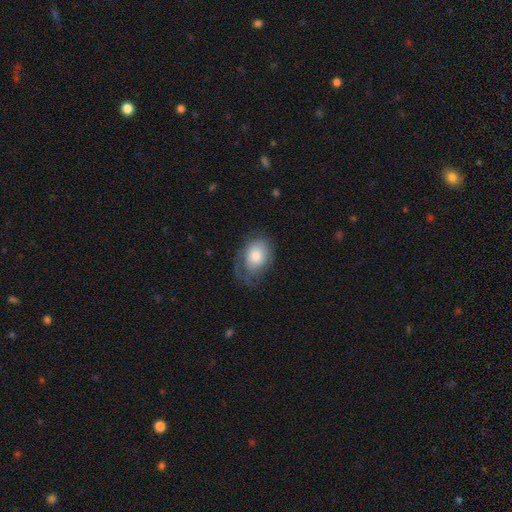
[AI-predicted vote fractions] This is likely a smooth galaxy (67%). How rounded: likely in between (77%). Merging: possibly none (49%).